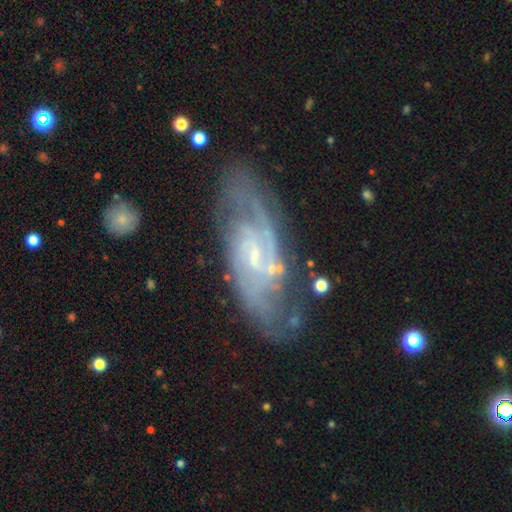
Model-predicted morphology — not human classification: Q: Smooth or featured?
A: featured or disk (86%); runner-up: smooth (8%)
Q: Edge-on disk?
A: no (93%); runner-up: yes (7%)
Q: Bar?
A: weak (54%); runner-up: no (29%)
Q: Spiral arms?
A: yes (96%); runner-up: no (4%)
Q: Spiral winding?
A: medium (48%); runner-up: tight (39%)
Q: Spiral arm count?
A: 2 (65%); runner-up: can't tell (16%)
Q: Bulge size?
A: small (68%); runner-up: moderate (17%)
Q: Merging?
A: none (72%); runner-up: minor disturbance (17%)